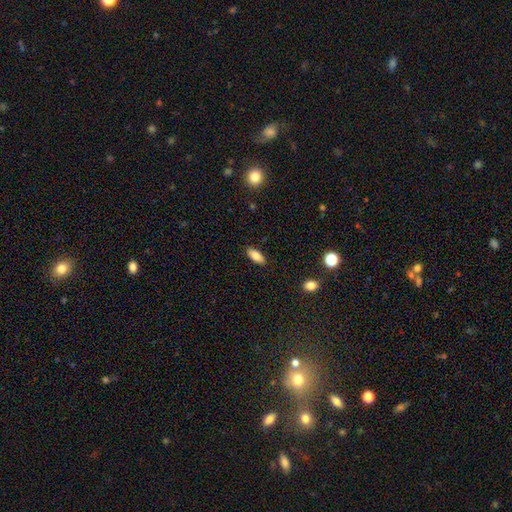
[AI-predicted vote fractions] Smooth or featured? smooth (83%)
How rounded? in between (84%)
Merging? none (88%)